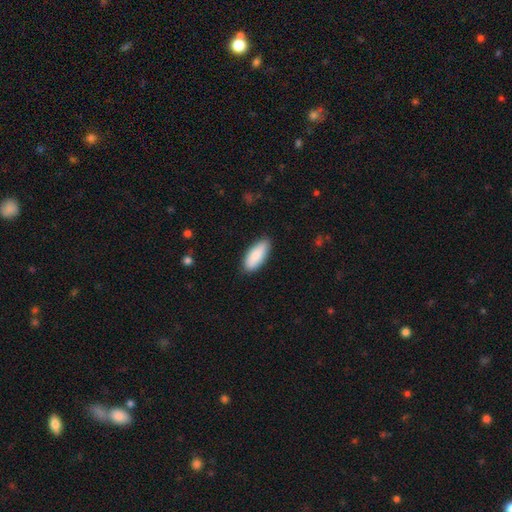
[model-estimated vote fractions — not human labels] Q: Smooth or featured?
A: smooth (87%); runner-up: featured or disk (7%)
Q: How rounded?
A: in between (80%); runner-up: cigar-shaped (18%)
Q: Merging?
A: none (84%); runner-up: minor disturbance (12%)